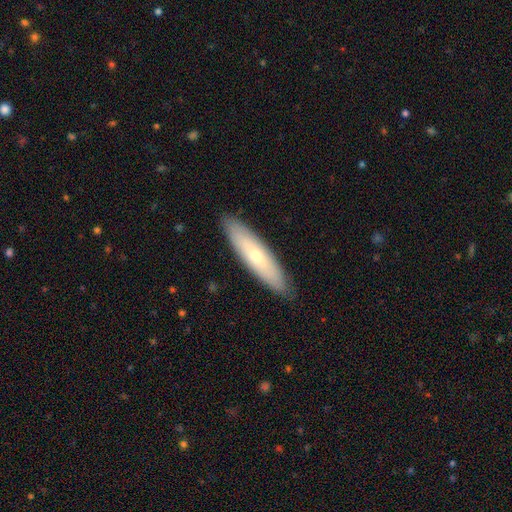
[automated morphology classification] A smooth galaxy with no disk features (58%) that is cigar-shaped (72%).

Vote fractions:
- Smooth or featured? smooth: 58% / featured or disk: 36% / star or artifact: 6%
- How rounded? cigar-shaped: 72% / in between: 26% / round: 2%
- Merging? none: 89% / minor disturbance: 9% / major disturbance: 2% / merger: 1%